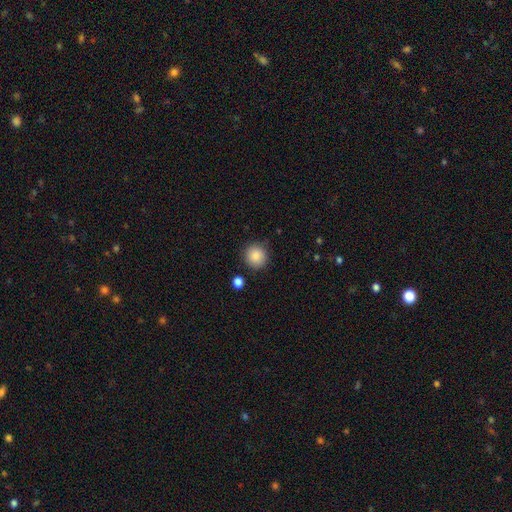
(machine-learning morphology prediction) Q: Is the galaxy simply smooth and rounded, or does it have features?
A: smooth — 87%.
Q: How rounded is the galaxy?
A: round — 93%.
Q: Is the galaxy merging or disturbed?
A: none — 86%.